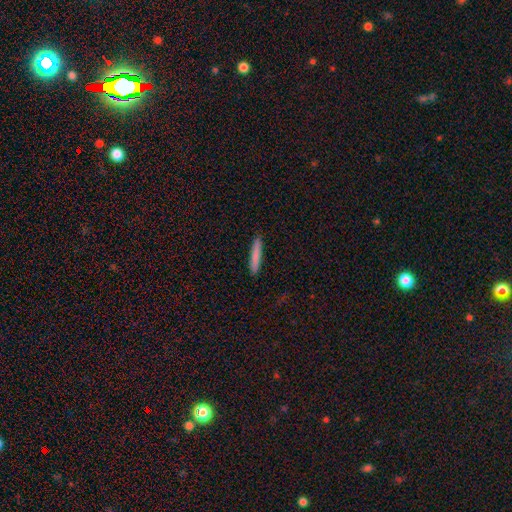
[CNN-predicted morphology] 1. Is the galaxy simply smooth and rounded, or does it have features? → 81% smooth, 13% featured or disk, 6% star or artifact.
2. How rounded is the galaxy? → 95% cigar-shaped, 4% in between, 1% round.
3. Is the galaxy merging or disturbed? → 91% none, 6% minor disturbance, 1% major disturbance, 1% merger.